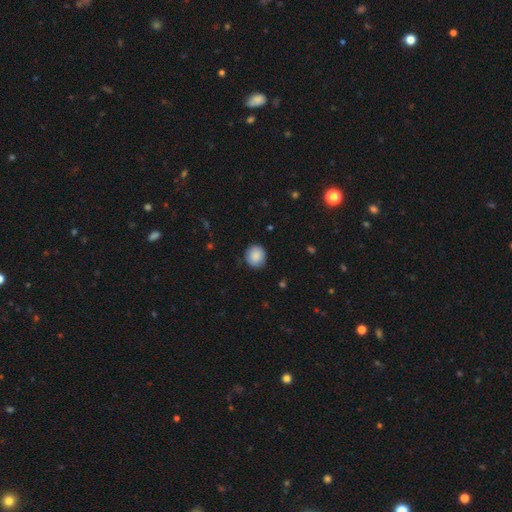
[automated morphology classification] smooth_or_featured: smooth (p=0.88) [alt: star or artifact p=0.07]
how_rounded: round (p=0.87) [alt: in between p=0.12]
merging: none (p=0.85) [alt: minor disturbance p=0.12]